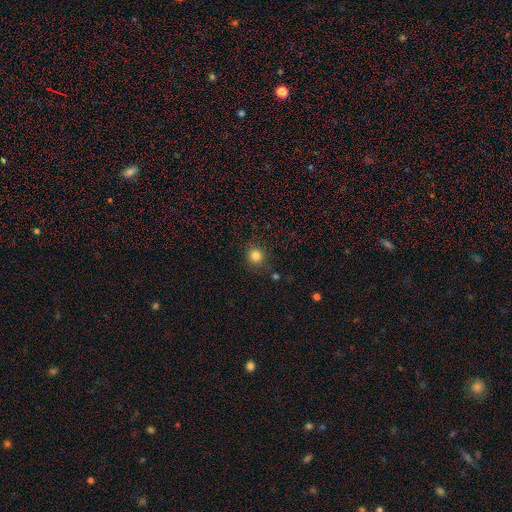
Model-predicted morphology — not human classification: Smooth or featured?
  - smooth: 83% *
  - star or artifact: 12%
  - featured or disk: 5%
How rounded?
  - round: 92% *
  - in between: 7%
  - cigar-shaped: 1%
Merging?
  - none: 84% *
  - minor disturbance: 9%
  - major disturbance: 3%
  - merger: 3%